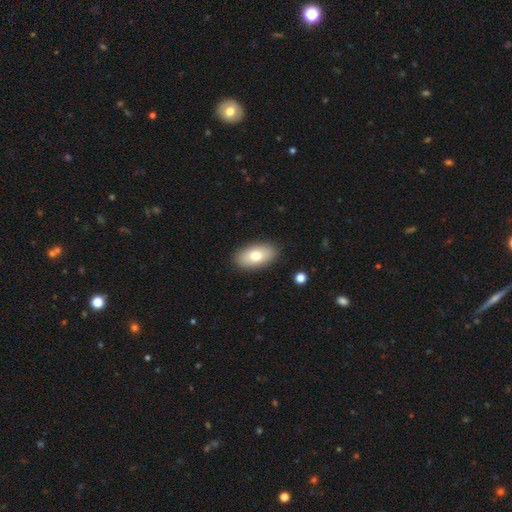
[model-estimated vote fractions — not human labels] smooth 77%, featured or disk 16%, star or artifact 7%. Down the decision tree: how rounded — in between (94%); merging — none (89%).